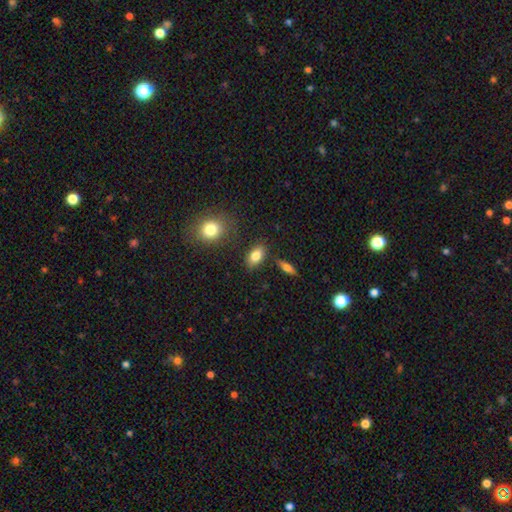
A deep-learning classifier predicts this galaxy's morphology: Q: Smooth or featured?
A: smooth (82%); runner-up: featured or disk (10%)
Q: How rounded?
A: in between (88%); runner-up: round (8%)
Q: Merging?
A: none (82%); runner-up: minor disturbance (11%)